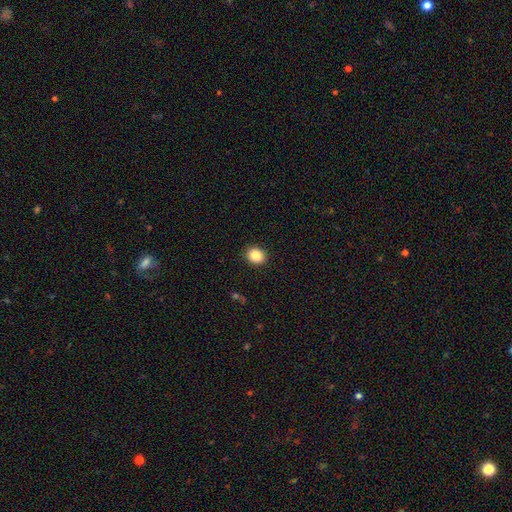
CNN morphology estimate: The model was most divided on "how rounded": round: 76%, in between: 24%, cigar-shaped: 1%. More confident: merging — none (91%); smooth or featured — smooth (86%).